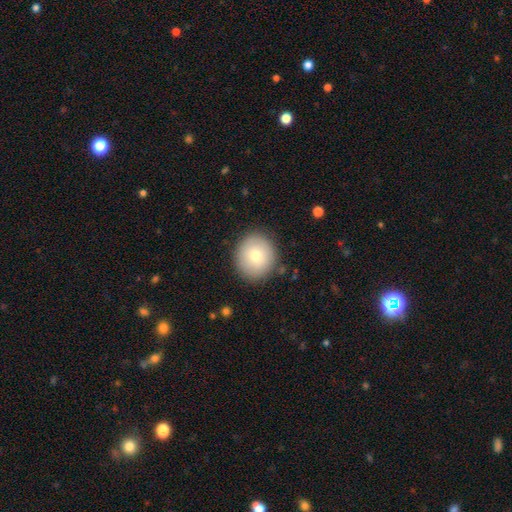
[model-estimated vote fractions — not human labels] smooth_or_featured: smooth (p=0.77) [alt: featured or disk p=0.15]
how_rounded: round (p=0.91) [alt: in between p=0.08]
merging: none (p=0.89) [alt: minor disturbance p=0.08]